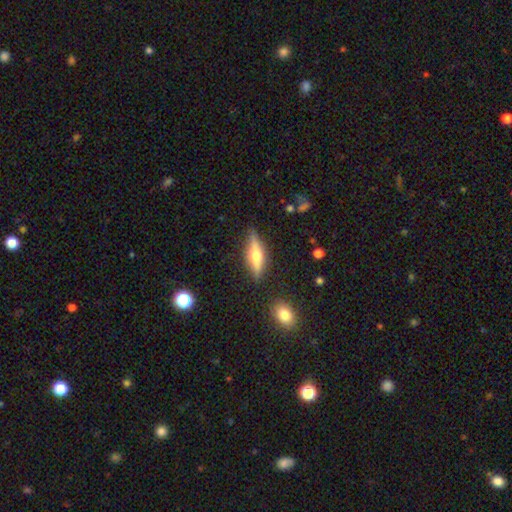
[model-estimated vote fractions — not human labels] Morphology: type=featured or disk (62%); edge-on=yes (94%); edge-on bulge=rounded (92%); merging=none (85%).